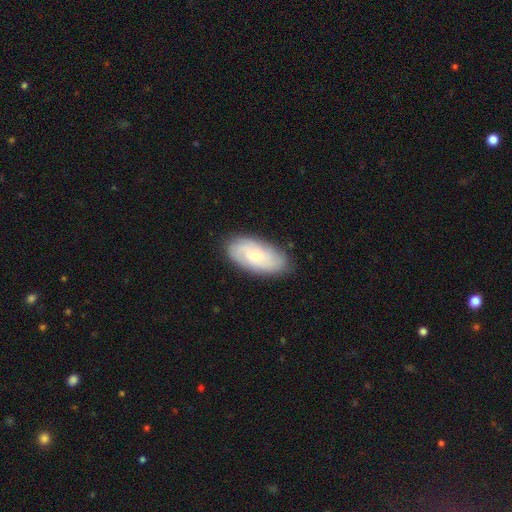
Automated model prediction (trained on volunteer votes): Smooth or featured: featured or disk — 52% (smooth — 41%)
Edge-on disk: no — 92% (yes — 8%)
Merging: none — 81% (minor disturbance — 15%)